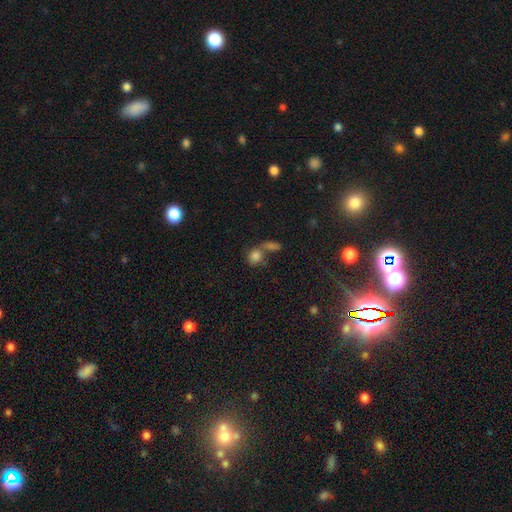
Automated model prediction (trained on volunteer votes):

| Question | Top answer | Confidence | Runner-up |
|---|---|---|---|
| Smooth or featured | smooth | 78% | star or artifact (12%) |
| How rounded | round | 70% | in between (28%) |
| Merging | merger | 50% | none (34%) |